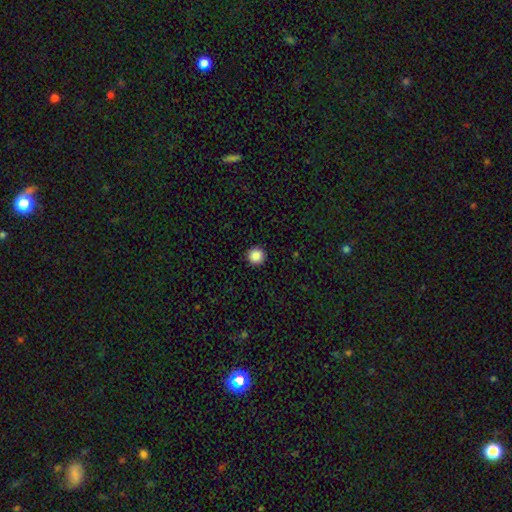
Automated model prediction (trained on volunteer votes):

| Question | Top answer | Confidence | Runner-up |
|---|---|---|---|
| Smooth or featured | smooth | 87% | star or artifact (10%) |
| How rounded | round | 96% | in between (3%) |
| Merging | none | 93% | minor disturbance (4%) |